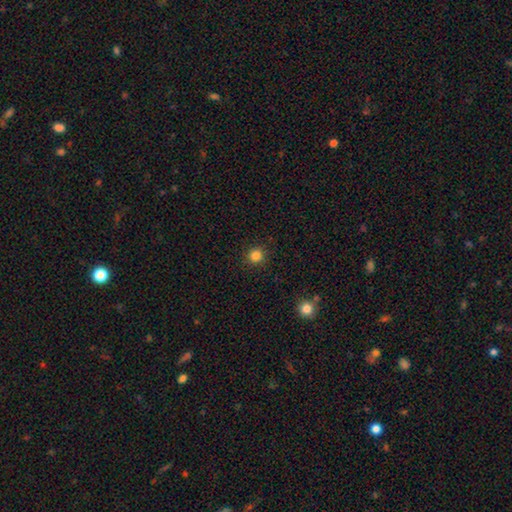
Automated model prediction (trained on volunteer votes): This appears to be a smooth galaxy with no disk features (84%) that is round (94%). Merging: none (91%).